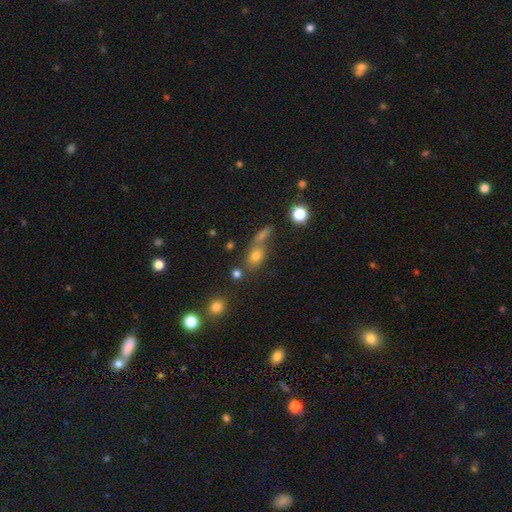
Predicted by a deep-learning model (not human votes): Overall: smooth (72%). How rounded: in between (53%; round 41%). Merging: none (47%; merger 34%).